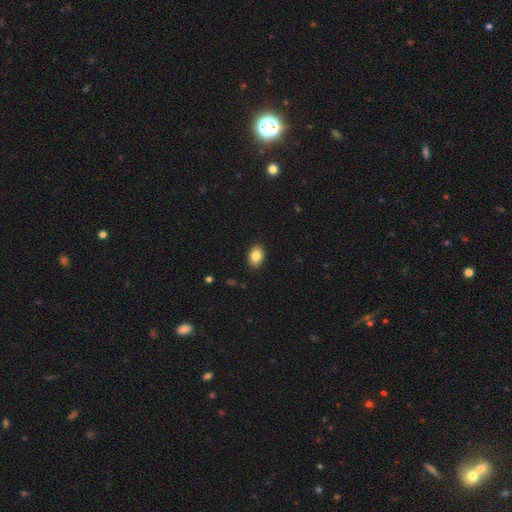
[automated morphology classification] This is clearly a smooth galaxy (84%). How rounded: clearly in between (81%). Merging: clearly none (89%).